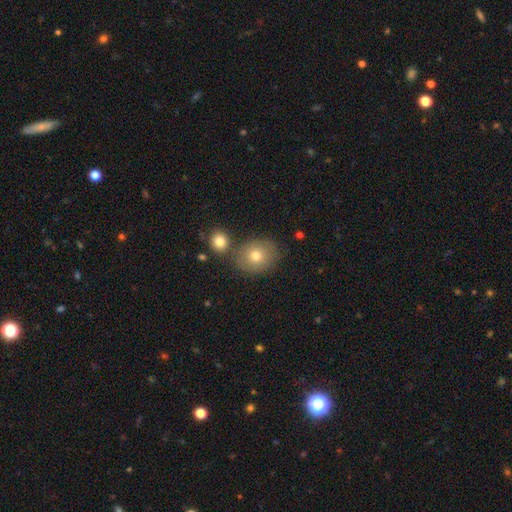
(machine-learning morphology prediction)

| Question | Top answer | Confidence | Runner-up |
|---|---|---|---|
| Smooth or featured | smooth | 74% | featured or disk (15%) |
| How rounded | round | 69% | in between (30%) |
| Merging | none | 71% | merger (14%) |